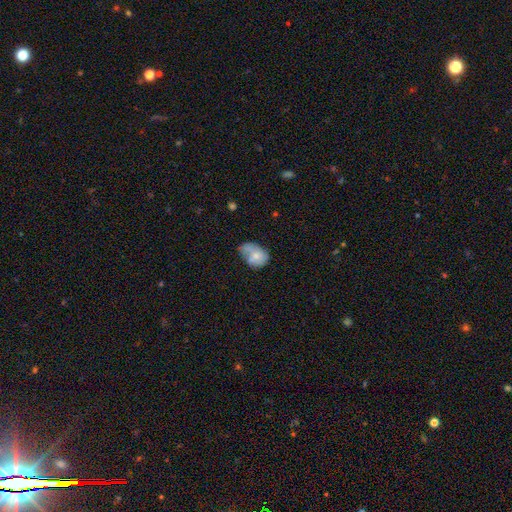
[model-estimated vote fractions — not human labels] Smooth or featured?
  - smooth: 61% *
  - featured or disk: 31%
  - star or artifact: 8%
How rounded?
  - in between: 74% *
  - round: 25%
  - cigar-shaped: 1%
Merging?
  - minor disturbance: 32% *
  - none: 28%
  - major disturbance: 21%
  - merger: 18%